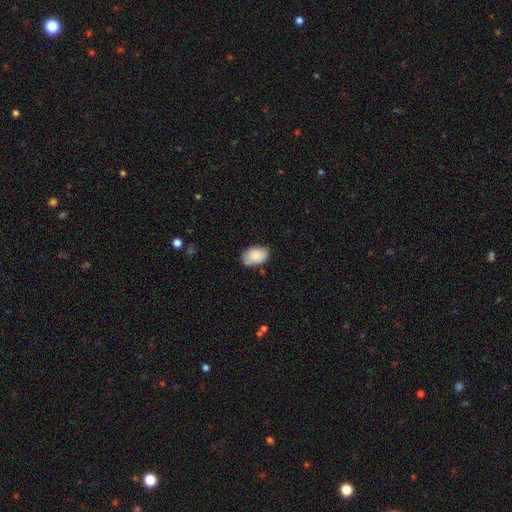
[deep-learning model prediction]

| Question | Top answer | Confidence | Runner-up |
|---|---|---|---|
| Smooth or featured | smooth | 87% | featured or disk (7%) |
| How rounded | in between | 90% | round (9%) |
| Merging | none | 73% | minor disturbance (20%) |